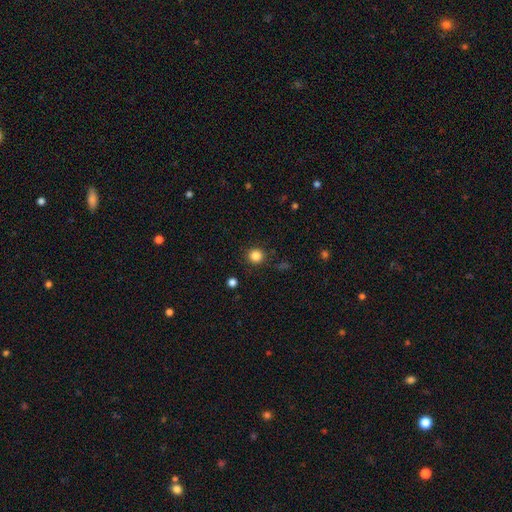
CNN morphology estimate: Smooth or featured? smooth (84%)
How rounded? round (94%)
Merging? none (90%)